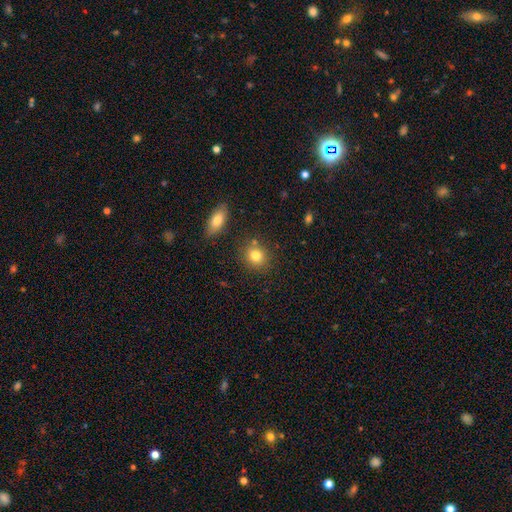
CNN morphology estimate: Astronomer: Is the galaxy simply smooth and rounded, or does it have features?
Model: smooth — 82%.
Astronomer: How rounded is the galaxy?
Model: round — 73%.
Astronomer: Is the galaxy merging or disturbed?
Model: none — 78%.